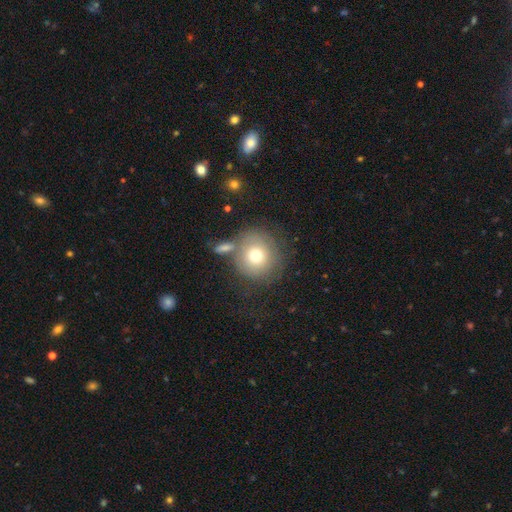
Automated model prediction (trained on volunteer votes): This is likely a smooth galaxy (71%). How rounded: clearly round (92%). Merging: likely none (65%).